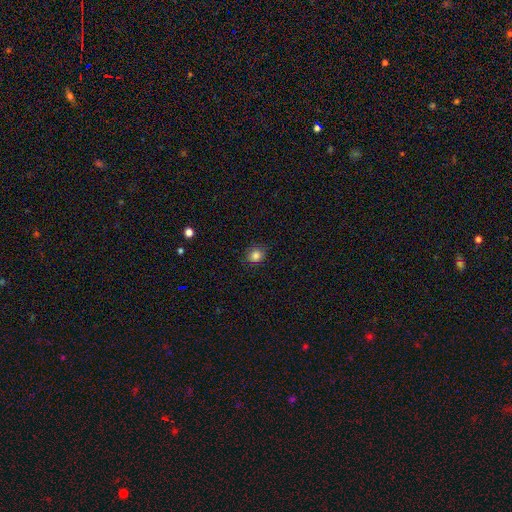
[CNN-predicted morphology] smooth_or_featured: smooth (p=0.84) [alt: star or artifact p=0.11]
how_rounded: round (p=0.74) [alt: in between p=0.25]
merging: none (p=0.85) [alt: minor disturbance p=0.11]